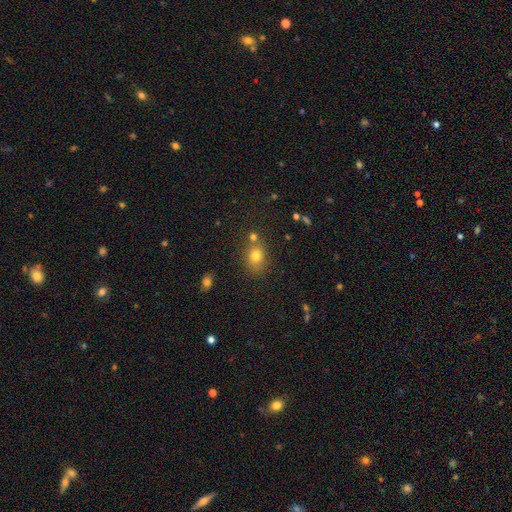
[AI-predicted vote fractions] smooth 76%, star or artifact 14%, featured or disk 10%. Down the decision tree: how rounded — round (52%); merging — none (64%).